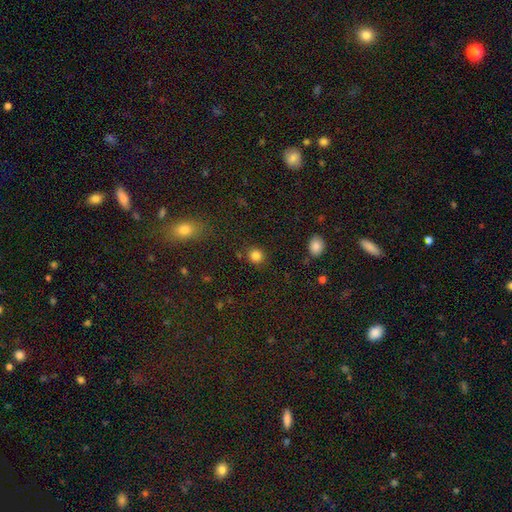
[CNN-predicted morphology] type=smooth (84%); roundness=round (88%); merging=none (87%).